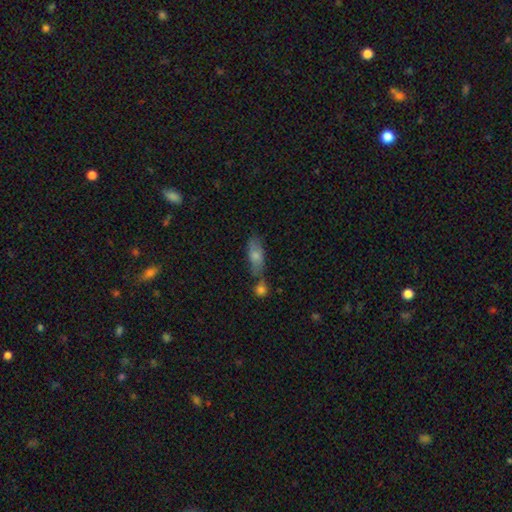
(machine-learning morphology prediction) Smooth or featured?
  - smooth: 71% *
  - featured or disk: 21%
  - star or artifact: 8%
How rounded?
  - in between: 72% *
  - cigar-shaped: 24%
  - round: 5%
Merging?
  - none: 43% *
  - merger: 31%
  - minor disturbance: 18%
  - major disturbance: 8%